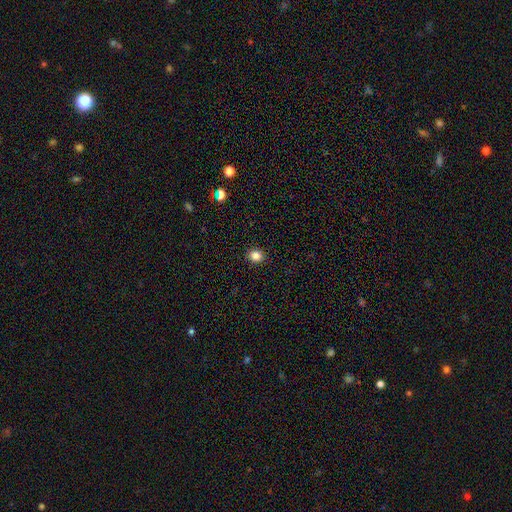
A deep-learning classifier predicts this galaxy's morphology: Smooth or featured? Predicted: smooth (p=0.84). How rounded? Predicted: round (p=0.68). Merging? Predicted: none (p=0.92).